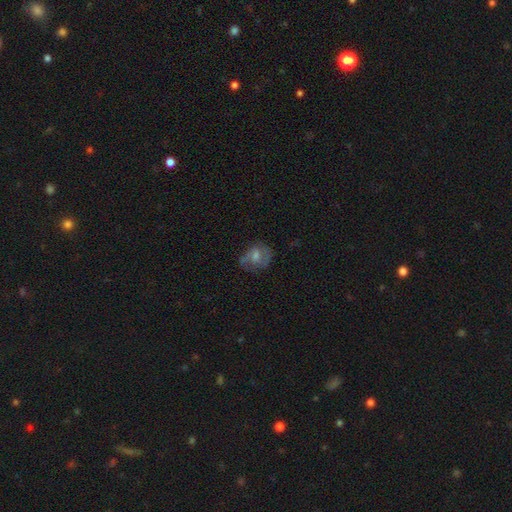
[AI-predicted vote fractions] Q: Smooth or featured?
A: featured or disk (55%); runner-up: smooth (31%)
Q: Edge-on disk?
A: no (96%); runner-up: yes (4%)
Q: Bar?
A: no (49%); runner-up: weak (42%)
Q: Spiral arms?
A: yes (74%); runner-up: no (26%)
Q: Bulge size?
A: moderate (48%); runner-up: small (35%)
Q: Merging?
A: none (64%); runner-up: minor disturbance (21%)